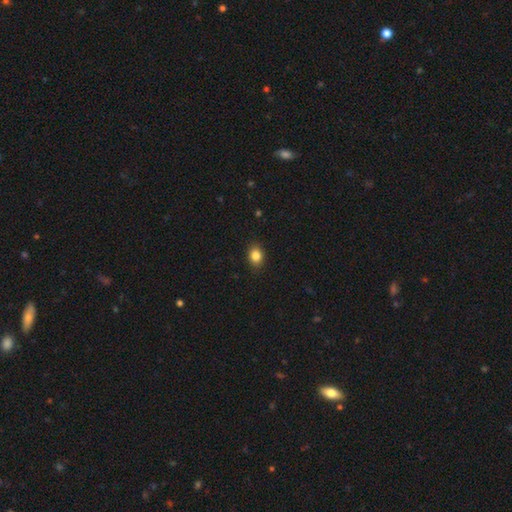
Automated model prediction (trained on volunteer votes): A smooth galaxy with no disk features (84%) that is in between round and cigar-shaped (55%).

Vote fractions:
- Smooth or featured? smooth: 84% / star or artifact: 10% / featured or disk: 5%
- How rounded? in between: 55% / round: 44% / cigar-shaped: 1%
- Merging? none: 88% / minor disturbance: 9% / major disturbance: 2% / merger: 1%